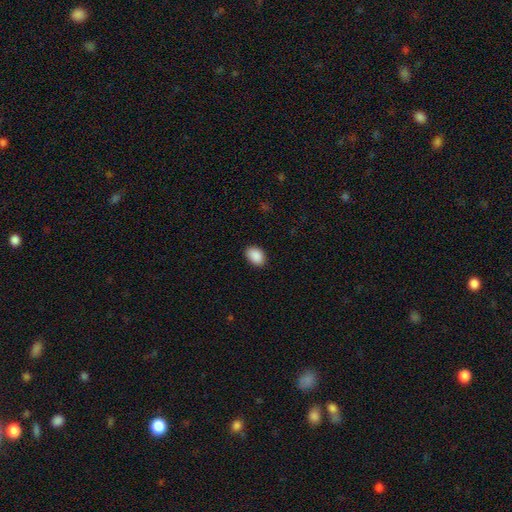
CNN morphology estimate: Smooth or featured: smooth — 90% (star or artifact — 7%)
How rounded: in between — 86% (round — 13%)
Merging: none — 87% (minor disturbance — 10%)